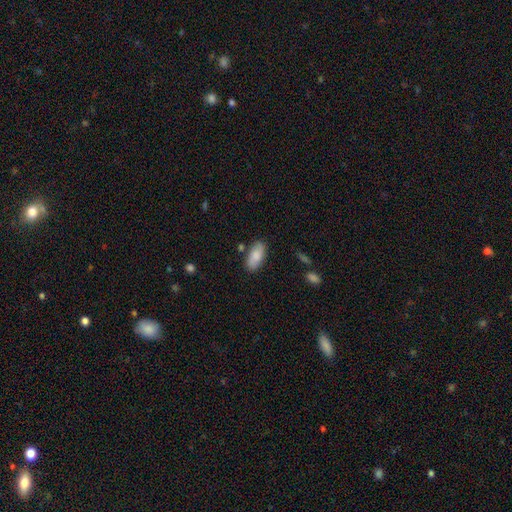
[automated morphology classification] The model was most divided on "merging": none: 81%, minor disturbance: 13%, merger: 4%, major disturbance: 3%. More confident: how rounded — in between (90%); smooth or featured — smooth (84%).